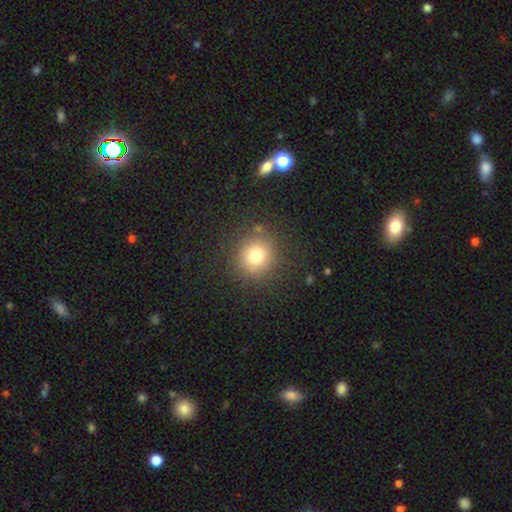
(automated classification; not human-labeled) Q: Smooth or featured?
A: smooth (75%); runner-up: star or artifact (16%)
Q: How rounded?
A: round (91%); runner-up: in between (8%)
Q: Merging?
A: none (86%); runner-up: minor disturbance (8%)